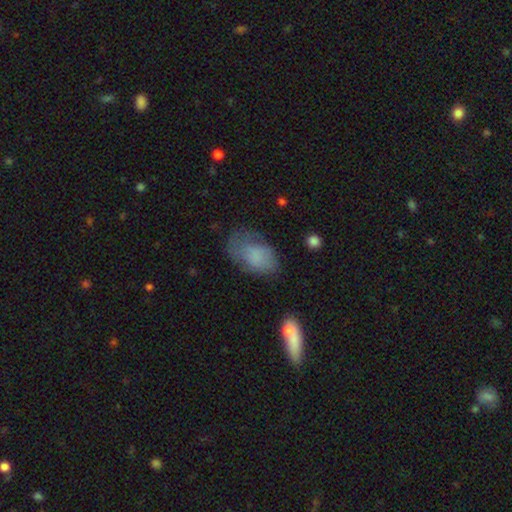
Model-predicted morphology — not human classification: The model was most divided on "merging": none: 43%, minor disturbance: 32%, major disturbance: 22%, merger: 3%. More confident: how rounded — in between (89%); smooth or featured — smooth (72%).